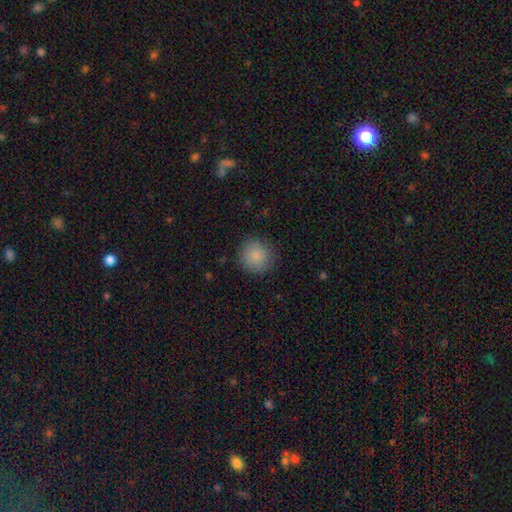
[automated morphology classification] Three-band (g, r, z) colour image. It shows a smooth galaxy with no disk features (86%) that is round (94%). Merging: none (88%).